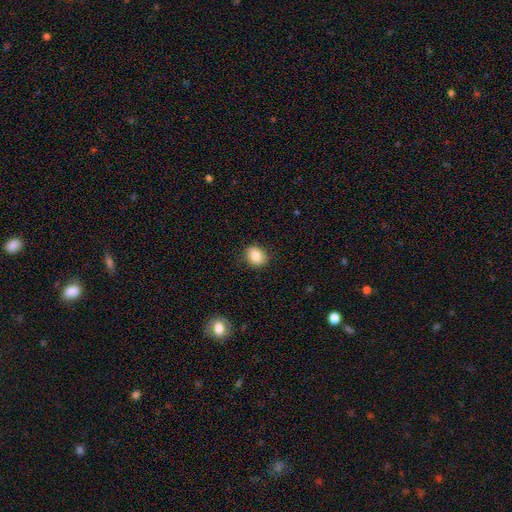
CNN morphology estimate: smooth-or-featured: smooth: 84% | star or artifact: 9% | featured or disk: 7%
  how-rounded: round: 56% | in between: 43% | cigar-shaped: 1%
  merging: none: 87% | minor disturbance: 10% | major disturbance: 2% | merger: 1%